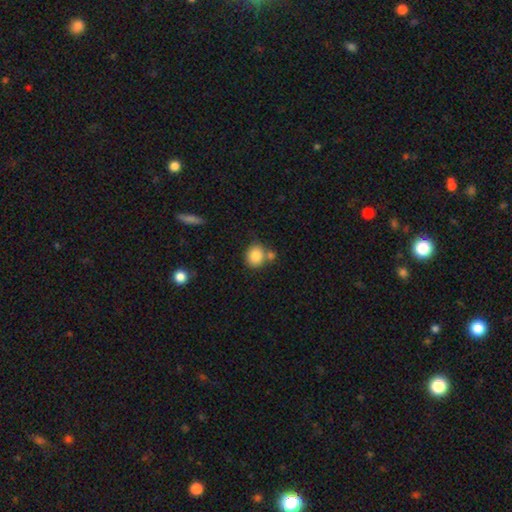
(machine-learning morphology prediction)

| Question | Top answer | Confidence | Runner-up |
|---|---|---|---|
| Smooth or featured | smooth | 84% | star or artifact (9%) |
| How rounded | round | 71% | in between (28%) |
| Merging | none | 60% | merger (24%) |